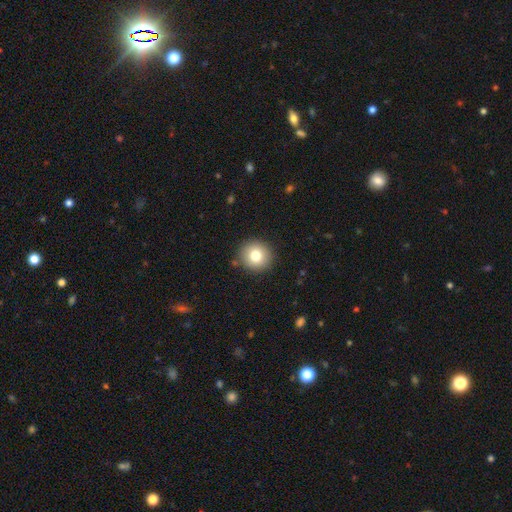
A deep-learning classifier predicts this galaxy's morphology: Smooth or featured?
  - smooth: 79% *
  - featured or disk: 11%
  - star or artifact: 10%
How rounded?
  - round: 92% *
  - in between: 7%
  - cigar-shaped: 1%
Merging?
  - none: 89% *
  - minor disturbance: 7%
  - major disturbance: 2%
  - merger: 2%